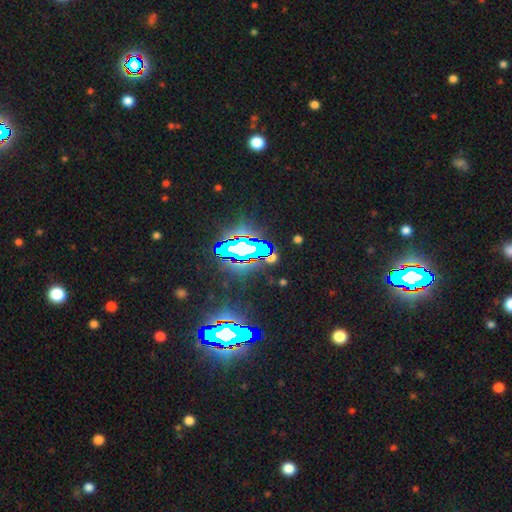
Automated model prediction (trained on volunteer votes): smooth_or_featured: star or artifact (p=0.71) [alt: featured or disk p=0.16]